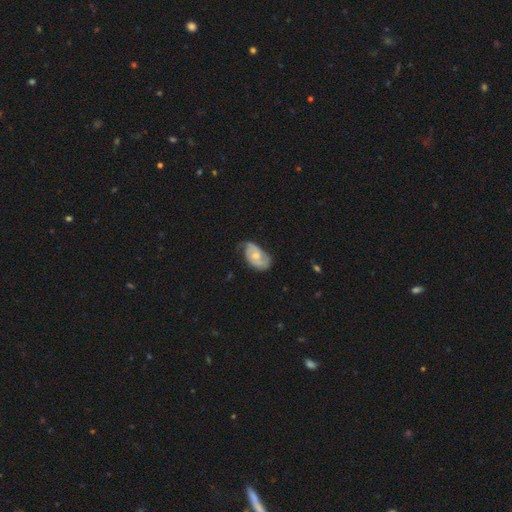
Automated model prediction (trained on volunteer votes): smooth-or-featured: featured or disk: 68% | smooth: 27% | star or artifact: 6%
  disk-edge-on: no: 96% | yes: 4%
    bar: no: 65% | weak: 30% | strong: 5%
    has-spiral-arms: yes: 88% | no: 12%
      spiral-winding: medium: 42% | tight: 37% | loose: 21%
      spiral-arm-count: 2: 75% | can't tell: 14% | 1: 6% | 3: 3% | 4: 1% | more than 4: 1%
    bulge-size: moderate: 52% | small: 42% | none: 3% | large: 3% | dominant: 1%
  merging: none: 54% | minor disturbance: 32% | major disturbance: 12% | merger: 2%